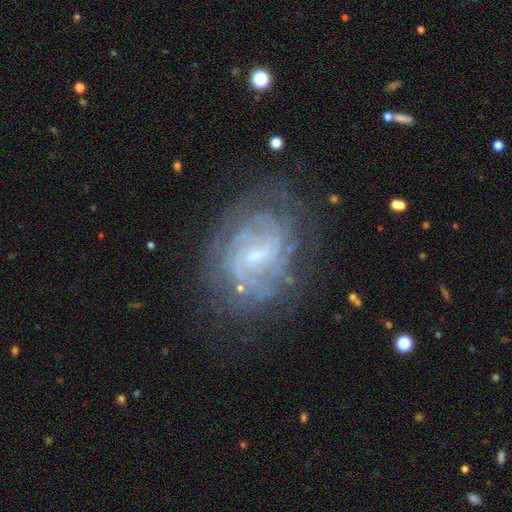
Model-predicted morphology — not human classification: smooth_or_featured: featured or disk (p=0.80) [alt: smooth p=0.11]
disk_edge_on: no (p=0.97) [alt: yes p=0.03]
bar: weak (p=0.58) [alt: no p=0.24]
has_spiral_arms: yes (p=0.87) [alt: no p=0.13]
spiral_winding: tight (p=0.59) [alt: medium p=0.31]
spiral_arm_count: can't tell (p=0.48) [alt: 2 p=0.24]
bulge_size: small (p=0.58) [alt: moderate p=0.25]
merging: none (p=0.69) [alt: minor disturbance p=0.18]